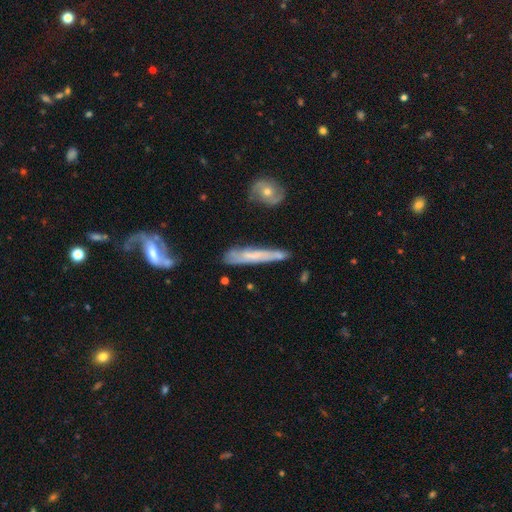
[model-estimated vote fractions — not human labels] Morphology: type=featured or disk (51%); edge-on=yes (67%); merging=none (62%).